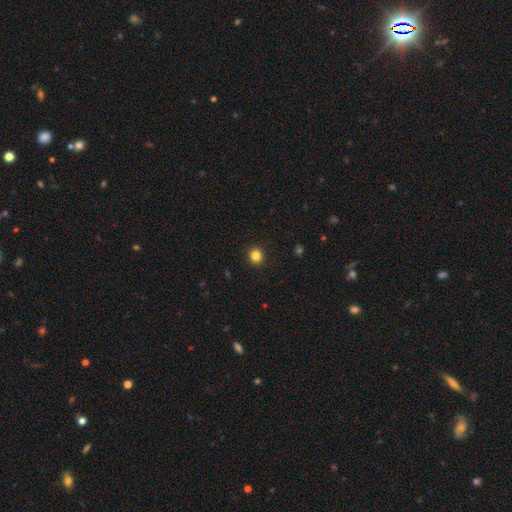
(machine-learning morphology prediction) smooth_or_featured: smooth (p=0.84) [alt: star or artifact p=0.12]
how_rounded: round (p=0.90) [alt: in between p=0.09]
merging: none (p=0.93) [alt: minor disturbance p=0.05]